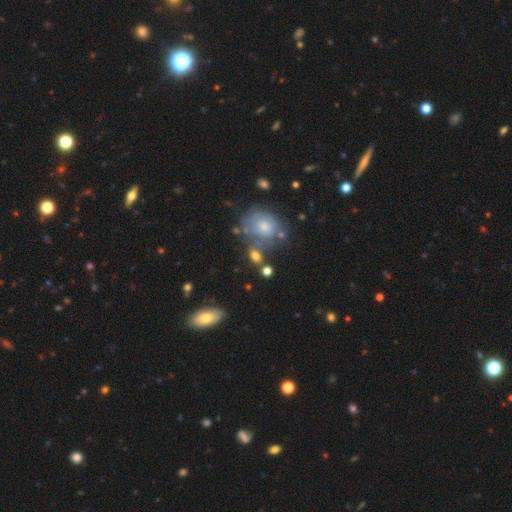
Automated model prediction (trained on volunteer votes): Smooth or featured: smooth — 67% (featured or disk — 18%)
How rounded: round — 48% (tied with in between — 48%)
Merging: none — 53% (merger — 21%)